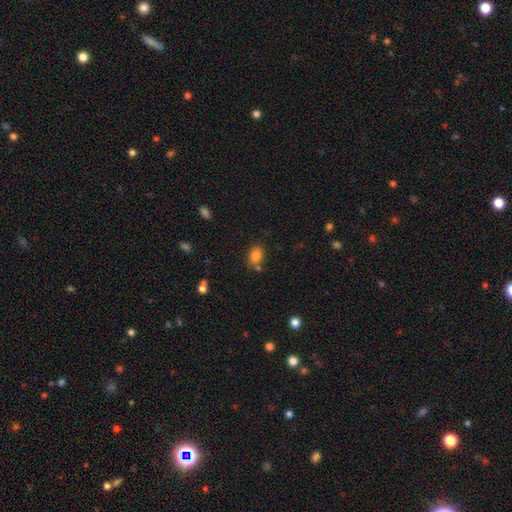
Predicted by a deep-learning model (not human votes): Q: Smooth or featured?
A: smooth (82%); runner-up: star or artifact (11%)
Q: How rounded?
A: in between (71%); runner-up: round (27%)
Q: Merging?
A: none (70%); runner-up: minor disturbance (14%)